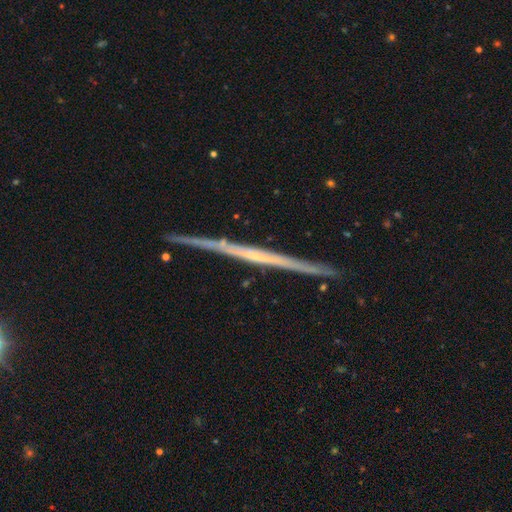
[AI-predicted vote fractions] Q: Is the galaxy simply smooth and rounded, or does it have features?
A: featured or disk — 75%.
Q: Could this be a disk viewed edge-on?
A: yes — 98%.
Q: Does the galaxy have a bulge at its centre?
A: none — 83%.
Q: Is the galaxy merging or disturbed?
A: none — 89%.